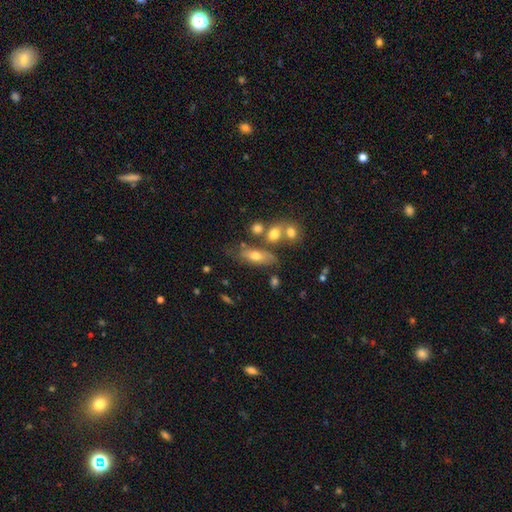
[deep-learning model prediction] This is likely a smooth galaxy (63%). How rounded: likely in between (69%). Merging: possibly none (53%).